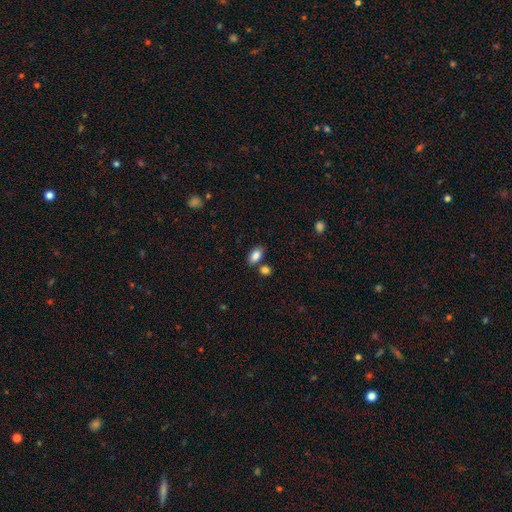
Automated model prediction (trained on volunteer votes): smooth-or-featured: smooth: 86% | star or artifact: 8% | featured or disk: 6%
  how-rounded: in between: 91% | round: 7% | cigar-shaped: 2%
  merging: none: 72% | merger: 14% | minor disturbance: 12% | major disturbance: 3%